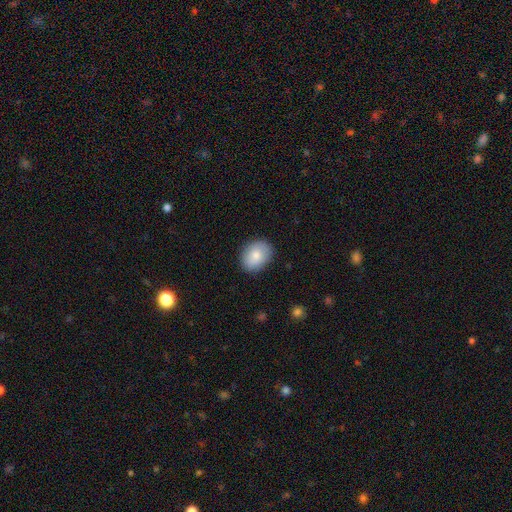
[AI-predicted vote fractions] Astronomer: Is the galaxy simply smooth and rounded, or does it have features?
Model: smooth — 81%.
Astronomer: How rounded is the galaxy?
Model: in between — 59% (runner-up: round, 40%).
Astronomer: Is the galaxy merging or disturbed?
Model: none — 87%.